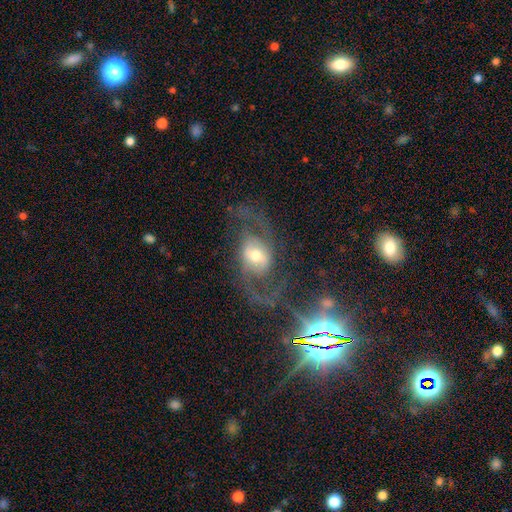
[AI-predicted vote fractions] smooth_or_featured: featured or disk (p=0.77) [alt: smooth p=0.14]
disk_edge_on: no (p=0.95) [alt: yes p=0.05]
bar: no (p=0.46) [alt: weak p=0.36]
has_spiral_arms: yes (p=0.89) [alt: no p=0.11]
spiral_winding: loose (p=0.45) [alt: medium p=0.44]
spiral_arm_count: 2 (p=0.89) [alt: can't tell p=0.04]
bulge_size: moderate (p=0.61) [alt: small p=0.25]
merging: none (p=0.63) [alt: major disturbance p=0.19]